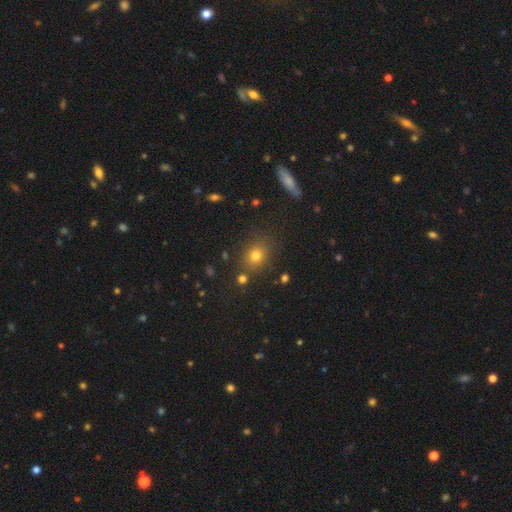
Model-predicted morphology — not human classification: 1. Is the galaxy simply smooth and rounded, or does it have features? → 74% smooth, 17% star or artifact, 9% featured or disk.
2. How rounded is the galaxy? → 60% round, 39% in between, 2% cigar-shaped.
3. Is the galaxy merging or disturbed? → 80% none, 11% minor disturbance, 6% merger, 4% major disturbance.